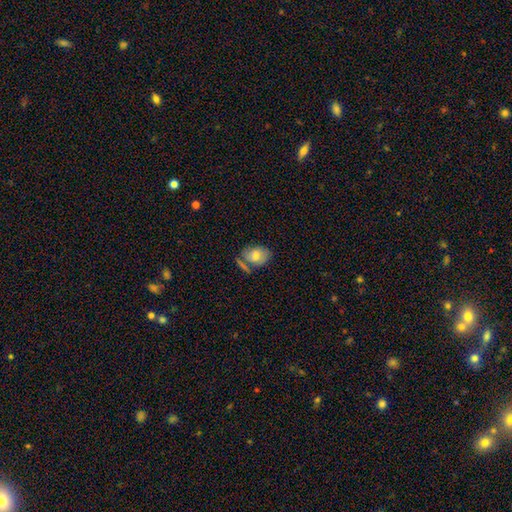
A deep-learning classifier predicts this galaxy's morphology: This is likely a smooth galaxy (71%). How rounded: likely in between (75%). Merging: possibly none (54%).